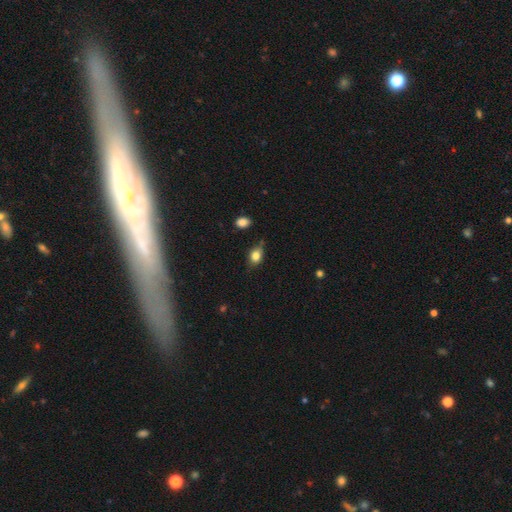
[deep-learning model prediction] Q: Smooth or featured?
A: smooth (82%); runner-up: star or artifact (9%)
Q: How rounded?
A: in between (67%); runner-up: round (31%)
Q: Merging?
A: none (68%); runner-up: minor disturbance (24%)